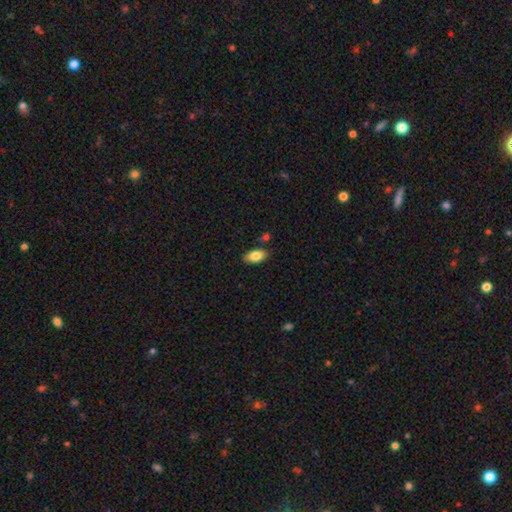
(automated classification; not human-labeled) Smooth or featured: smooth — 83% (featured or disk — 10%)
How rounded: in between — 93% (round — 4%)
Merging: none — 82% (minor disturbance — 12%)